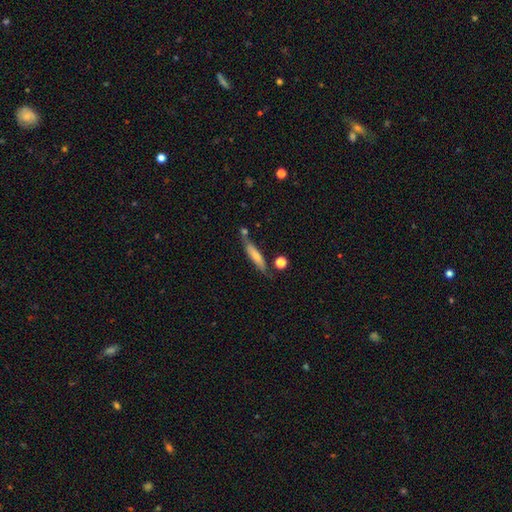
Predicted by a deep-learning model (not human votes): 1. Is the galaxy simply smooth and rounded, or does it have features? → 61% smooth, 32% featured or disk, 7% star or artifact.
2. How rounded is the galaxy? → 81% cigar-shaped, 17% in between, 2% round.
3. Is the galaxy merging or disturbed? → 63% none, 20% minor disturbance, 12% merger, 6% major disturbance.